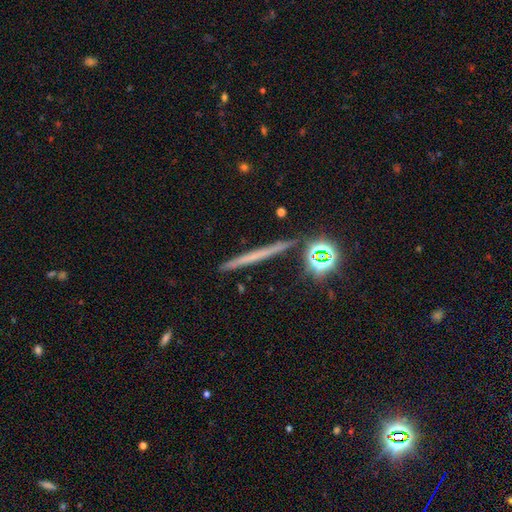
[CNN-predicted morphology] featured or disk 44%, smooth 40%, star or artifact 16%. Down the decision tree: merging — none (89%).